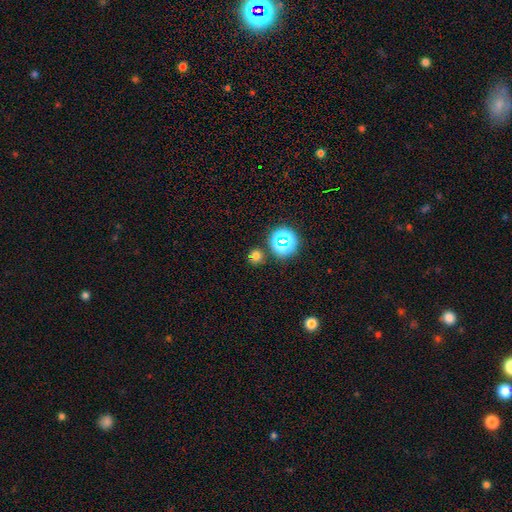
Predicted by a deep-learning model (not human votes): This appears to be a smooth galaxy with no disk features (66%) that is round (89%). Merging: none (80%).